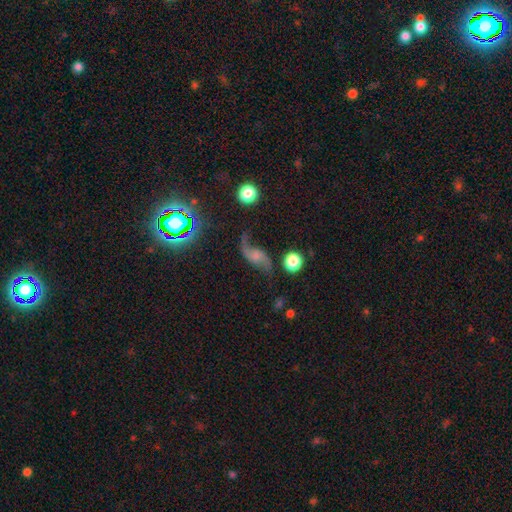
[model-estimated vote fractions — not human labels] Smooth or featured? Predicted: featured or disk (p=0.74). Edge-on disk? Predicted: no (p=0.95). Bar? Predicted: no (p=0.62). Spiral arms? Predicted: yes (p=0.94). Spiral winding? Predicted: loose (p=0.92). Spiral arm count? Predicted: 2 (p=0.91). Bulge size? Predicted: none (p=0.42). Merging? Predicted: none (p=0.60).